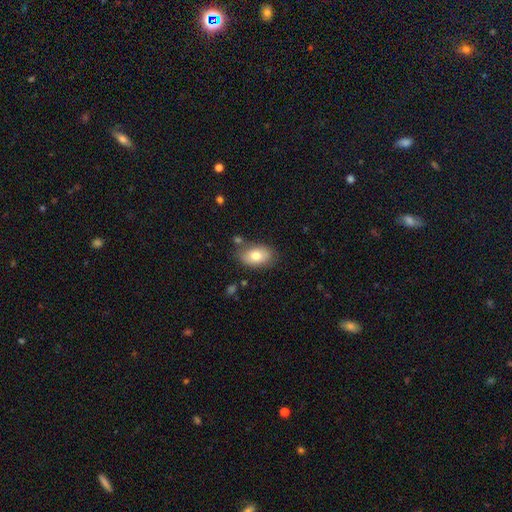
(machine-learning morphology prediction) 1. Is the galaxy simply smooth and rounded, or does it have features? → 76% smooth, 17% featured or disk, 7% star or artifact.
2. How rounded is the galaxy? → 87% in between, 11% round, 1% cigar-shaped.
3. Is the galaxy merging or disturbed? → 75% none, 16% minor disturbance, 5% merger, 4% major disturbance.